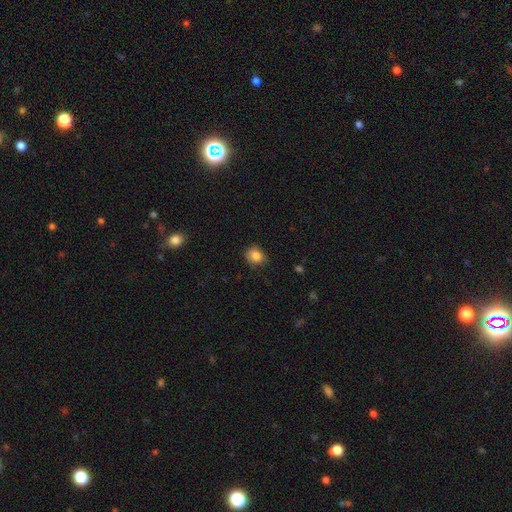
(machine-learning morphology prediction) Smooth or featured? smooth (84%)
How rounded? round (61%)
Merging? none (79%)